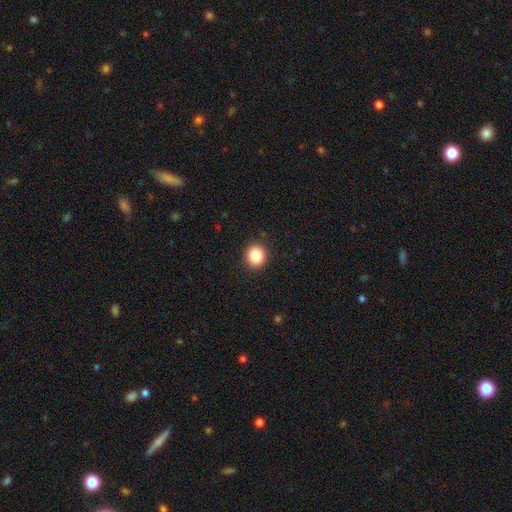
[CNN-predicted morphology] This appears to be a smooth galaxy with no disk features (86%) that is round (82%). Merging: none (91%).